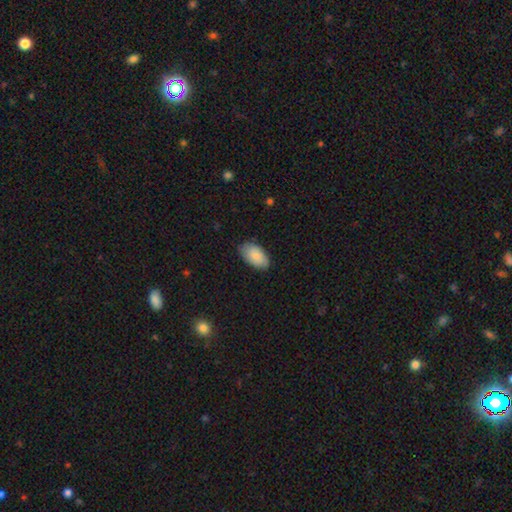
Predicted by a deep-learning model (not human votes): Overall: smooth (82%). How rounded: in between (95%). Merging: none (81%).